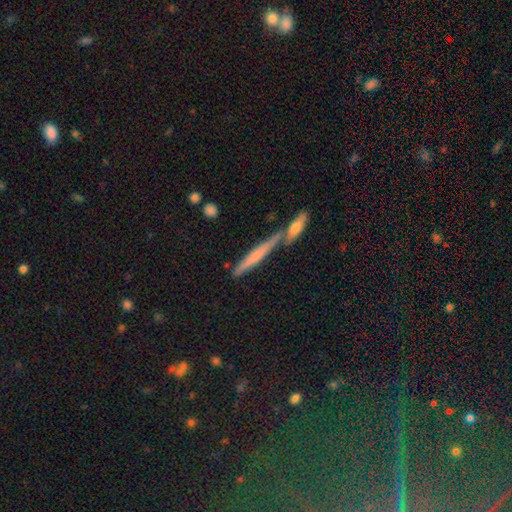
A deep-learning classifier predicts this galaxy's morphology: type=smooth (53%); roundness=cigar-shaped (92%); merging=none (60%).